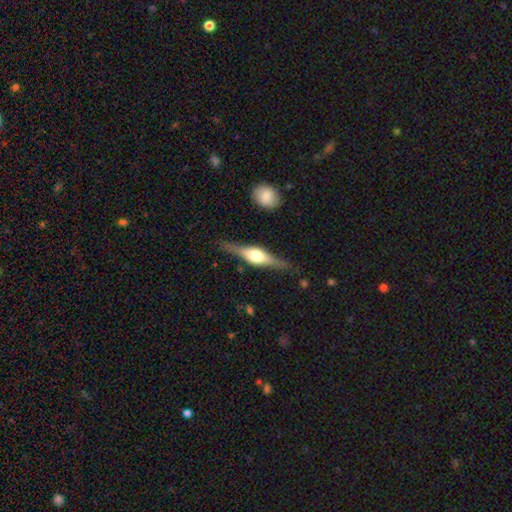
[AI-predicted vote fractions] smooth-or-featured: featured or disk: 78% | smooth: 17% | star or artifact: 5%
  disk-edge-on: yes: 97% | no: 3%
    edge-on-bulge: rounded: 89% | boxy: 10% | none: 1%
  merging: none: 84% | minor disturbance: 11% | major disturbance: 3% | merger: 2%